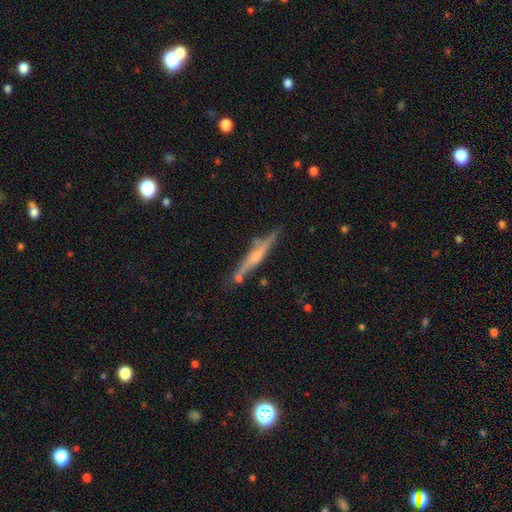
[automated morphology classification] type=featured or disk (65%); edge-on=yes (95%); edge-on bulge=rounded (67%); merging=none (74%).